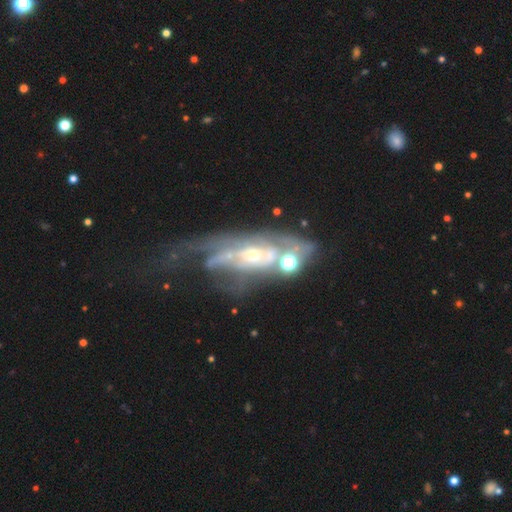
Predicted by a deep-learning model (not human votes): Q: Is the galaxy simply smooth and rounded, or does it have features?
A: featured or disk — 79%.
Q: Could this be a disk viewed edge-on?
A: no — 86%.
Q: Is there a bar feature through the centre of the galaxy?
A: no — 62%.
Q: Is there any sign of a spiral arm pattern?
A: yes — 78%.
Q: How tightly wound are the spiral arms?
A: tight — 39%.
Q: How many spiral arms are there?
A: can't tell — 41%.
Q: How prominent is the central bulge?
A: moderate — 46%.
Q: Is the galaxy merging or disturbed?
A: major disturbance — 36%.